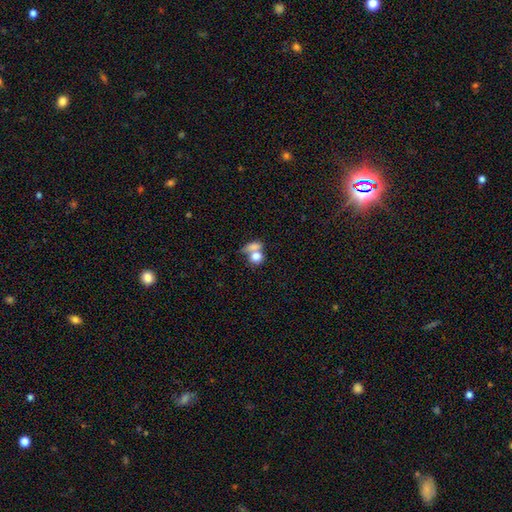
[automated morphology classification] The model was most divided on "merging": merger: 54%, none: 31%, minor disturbance: 8%, major disturbance: 7%. More confident: smooth or featured — smooth (78%); how rounded — round (62%).